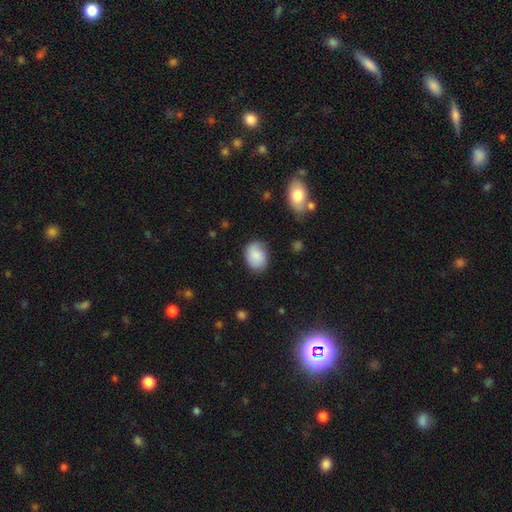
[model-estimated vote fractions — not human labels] Overall: smooth (79%). How rounded: in between (61%; round 38%). Merging: none (70%).